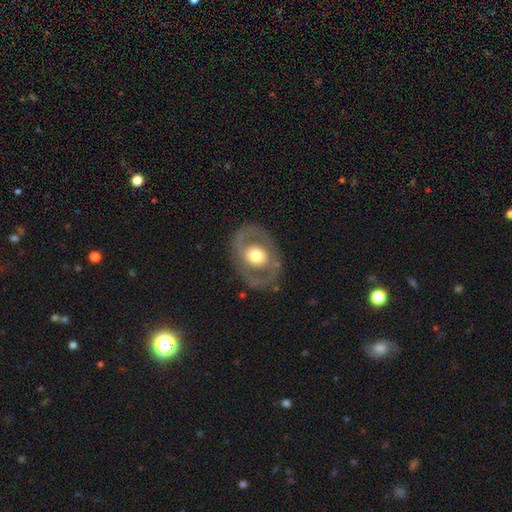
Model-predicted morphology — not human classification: Overall: featured or disk (62%; smooth 33%). Edge-on disk: no (94%). Bar: no (78%). Spiral arms: no (67%; yes 33%). Bulge size: moderate (54%; large 36%). Merging: none (79%).